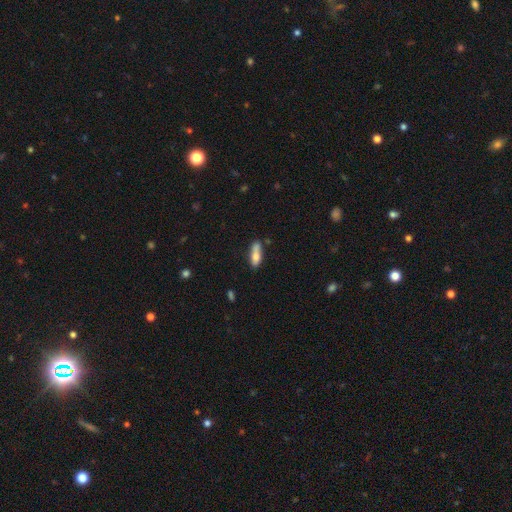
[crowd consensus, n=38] Volunteers were most divided on "merging": none: 62%, minor disturbance: 19%, merger: 14%, major disturbance: 5%. More confident: smooth or featured — smooth (87%); how rounded — cigar-shaped (73%).